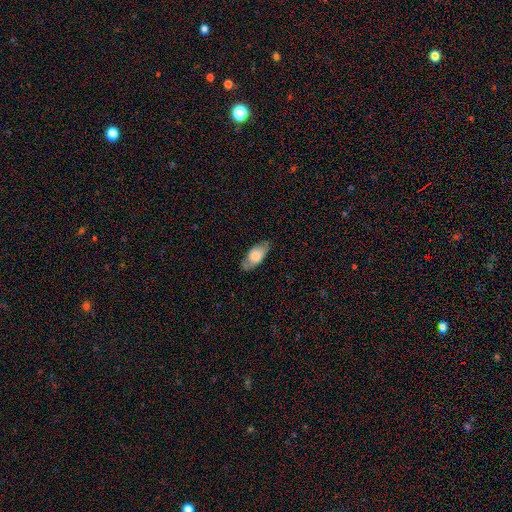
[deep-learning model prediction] Smooth or featured: smooth — 67% (featured or disk — 27%)
How rounded: in between — 89% (cigar-shaped — 8%)
Merging: none — 72% (minor disturbance — 21%)